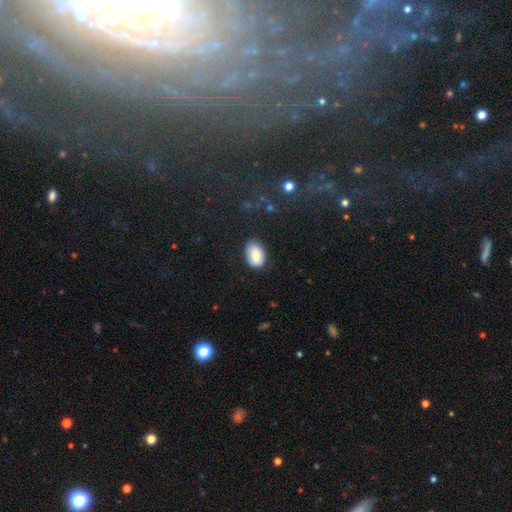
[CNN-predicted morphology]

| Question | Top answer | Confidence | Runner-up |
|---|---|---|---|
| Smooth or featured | smooth | 83% | featured or disk (10%) |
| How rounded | in between | 88% | round (11%) |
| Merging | none | 77% | minor disturbance (18%) |